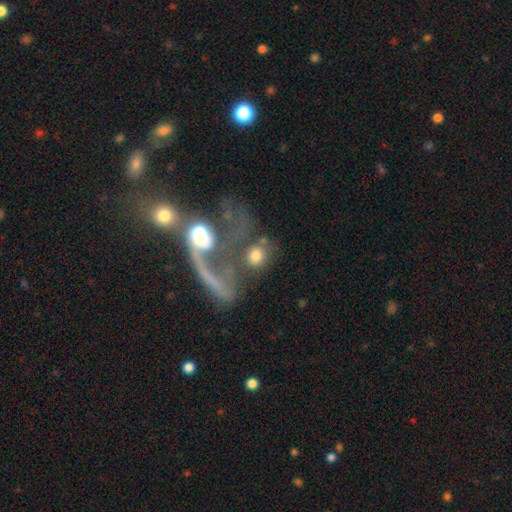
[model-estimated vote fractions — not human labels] A smooth galaxy with no disk features (66%) that is round (70%).

Vote fractions:
- Smooth or featured? smooth: 66% / featured or disk: 25% / star or artifact: 9%
- How rounded? round: 70% / in between: 28% / cigar-shaped: 3%
- Merging? merger: 41% / none: 33% / major disturbance: 16% / minor disturbance: 10%